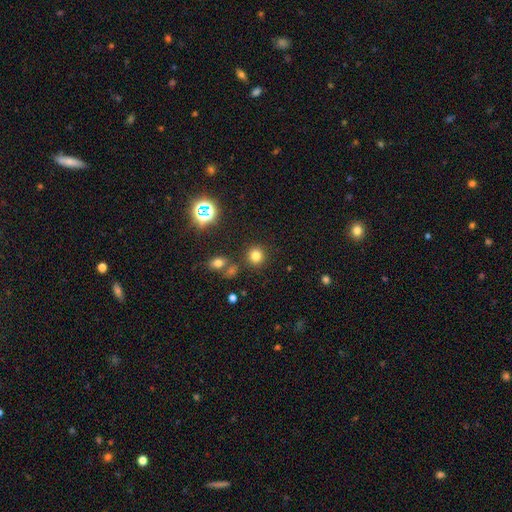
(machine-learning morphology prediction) A smooth galaxy with no disk features (76%) that is round (90%). Merging: none (85%).